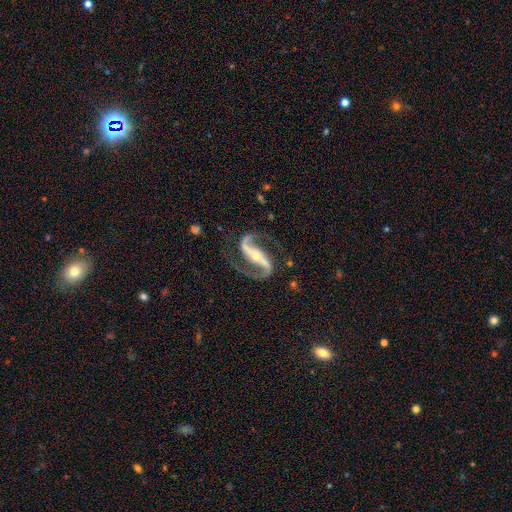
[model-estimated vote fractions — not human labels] A featured or disk galaxy (94%) with a strong bar (68%), 2 (94%) medium (48%) spiral arms (98%) and a small central bulge (63%). Merging: none (80%).